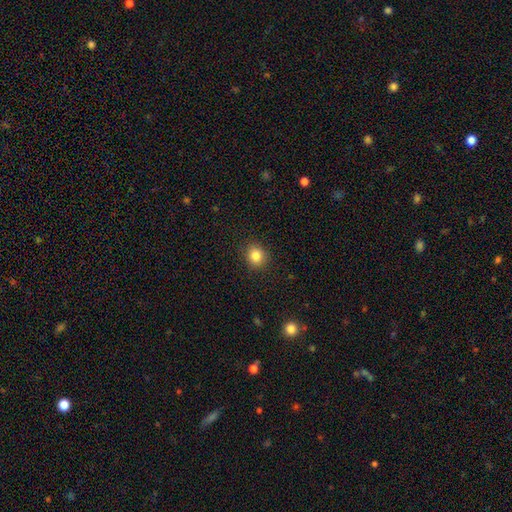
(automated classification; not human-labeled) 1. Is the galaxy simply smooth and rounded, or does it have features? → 84% smooth, 11% star or artifact, 6% featured or disk.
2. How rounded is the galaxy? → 81% round, 18% in between, 1% cigar-shaped.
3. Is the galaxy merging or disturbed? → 90% none, 7% minor disturbance, 2% major disturbance, 1% merger.